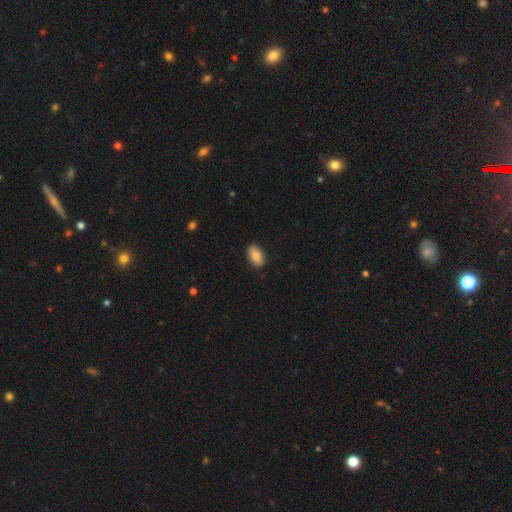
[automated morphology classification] The model was most divided on "smooth or featured": smooth: 79%, featured or disk: 14%, star or artifact: 7%. More confident: how rounded — in between (92%); merging — none (88%).